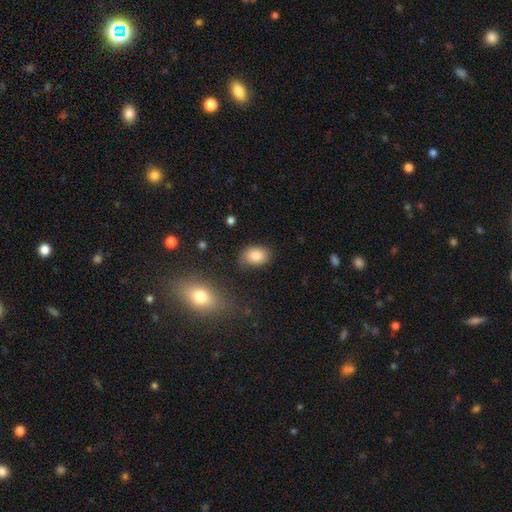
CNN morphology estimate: smooth 83%, star or artifact 9%, featured or disk 8%. Down the decision tree: how rounded — in between (73%); merging — none (79%).